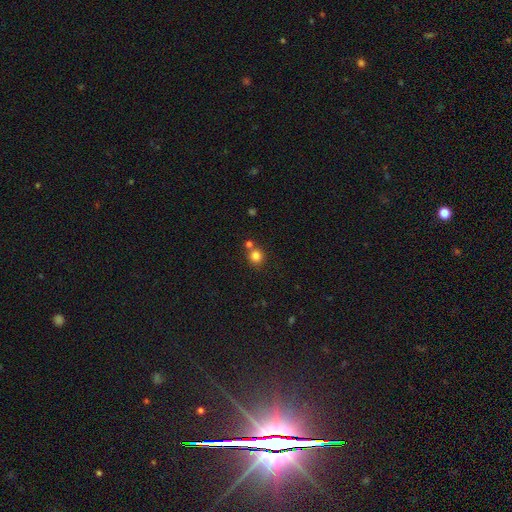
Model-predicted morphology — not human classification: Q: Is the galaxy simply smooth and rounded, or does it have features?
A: smooth — 82%.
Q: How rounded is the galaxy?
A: round — 90%.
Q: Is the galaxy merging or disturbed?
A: none — 68%.